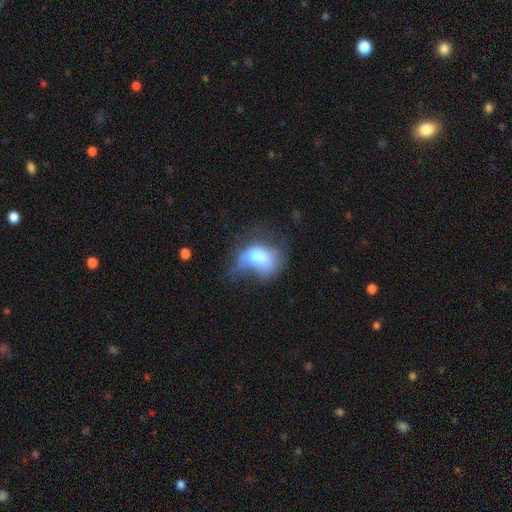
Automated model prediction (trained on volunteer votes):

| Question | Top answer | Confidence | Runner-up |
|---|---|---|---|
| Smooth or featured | smooth | 65% | featured or disk (25%) |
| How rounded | in between | 72% | round (26%) |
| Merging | major disturbance | 42% | minor disturbance (27%) |